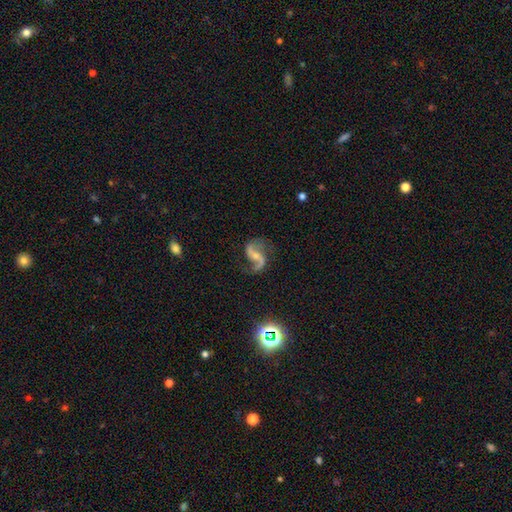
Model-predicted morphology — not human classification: This is clearly a featured or disk galaxy (90%). It is clearly not viewed edge-on (98%). Bar: marginally weak (39%). Spiral arm pattern: clearly yes (97%). Spiral arm count: clearly 2 (93%). Spiral winding: likely loose (68%). Central bulge: possibly small (57%). Merging: likely none (74%).